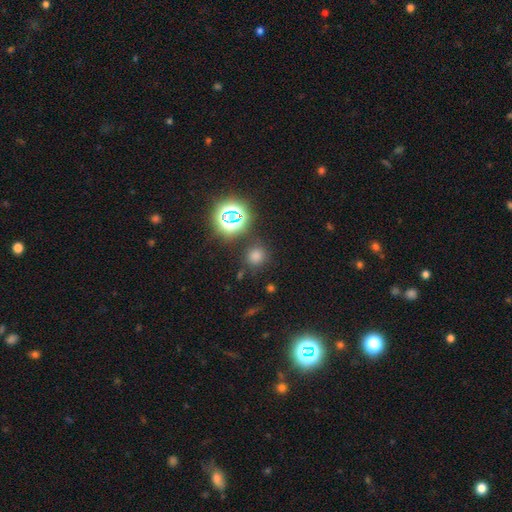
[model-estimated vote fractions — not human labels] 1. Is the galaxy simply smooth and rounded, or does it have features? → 67% smooth, 27% star or artifact, 6% featured or disk.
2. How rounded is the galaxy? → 85% round, 14% in between, 1% cigar-shaped.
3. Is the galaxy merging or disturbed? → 81% none, 10% minor disturbance, 4% merger, 4% major disturbance.